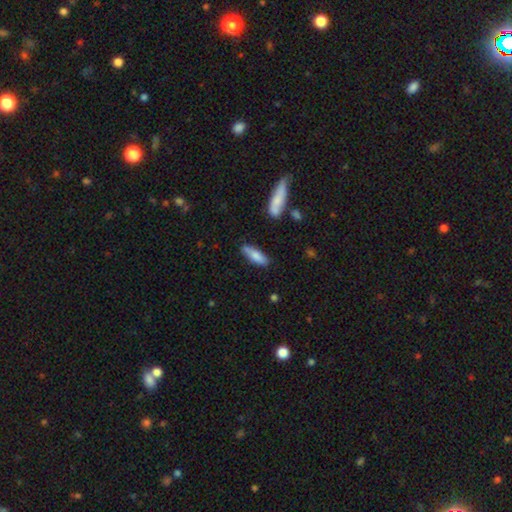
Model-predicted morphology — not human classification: This is likely a smooth galaxy (76%). How rounded: possibly in between (49%, tied with cigar-shaped). Merging: likely none (77%).